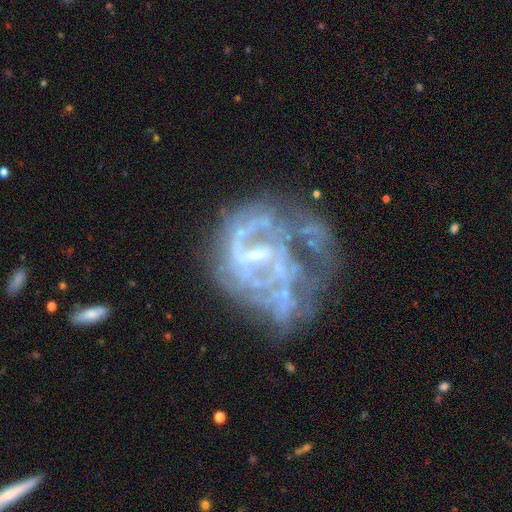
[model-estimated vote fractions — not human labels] smooth_or_featured: featured or disk (p=0.79) [alt: star or artifact p=0.11]
disk_edge_on: no (p=0.98) [alt: yes p=0.02]
bar: no (p=0.45) [alt: weak p=0.40]
has_spiral_arms: yes (p=0.59) [alt: no p=0.41]
bulge_size: small (p=0.45) [alt: none p=0.33]
merging: major disturbance (p=0.36) [alt: none p=0.35]